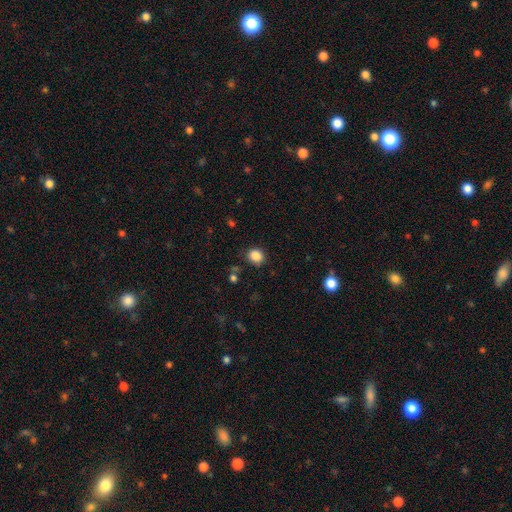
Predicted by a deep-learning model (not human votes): The model was most divided on "how rounded": round: 74%, in between: 25%, cigar-shaped: 1%. More confident: smooth or featured — smooth (86%); merging — none (82%).